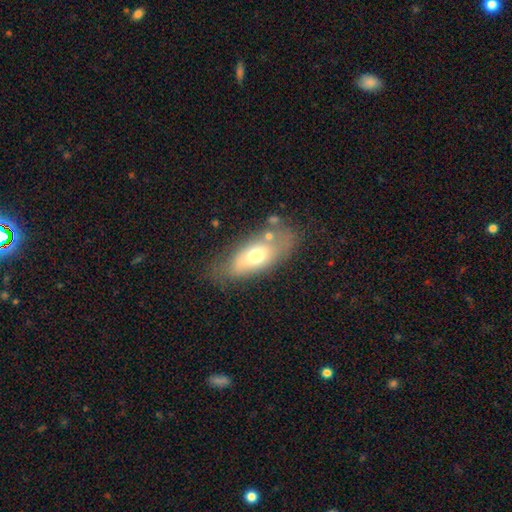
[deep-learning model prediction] This appears to be a smooth galaxy with no disk features (61%) that is in between round and cigar-shaped (81%). Merging: none (60%).